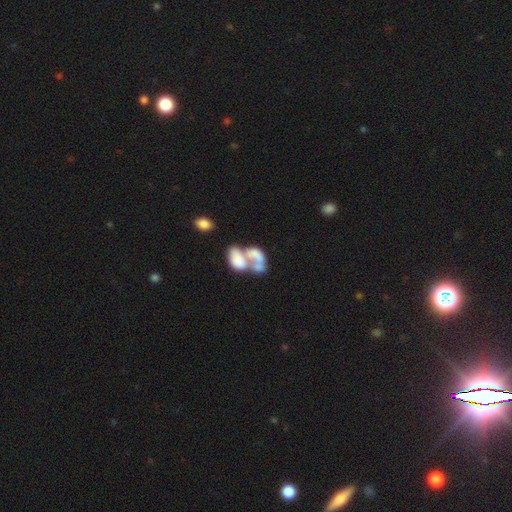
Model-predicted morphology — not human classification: Smooth or featured?
  - smooth: 49% *
  - featured or disk: 42%
  - star or artifact: 9%
Merging?
  - merger: 72% *
  - major disturbance: 14%
  - none: 8%
  - minor disturbance: 5%